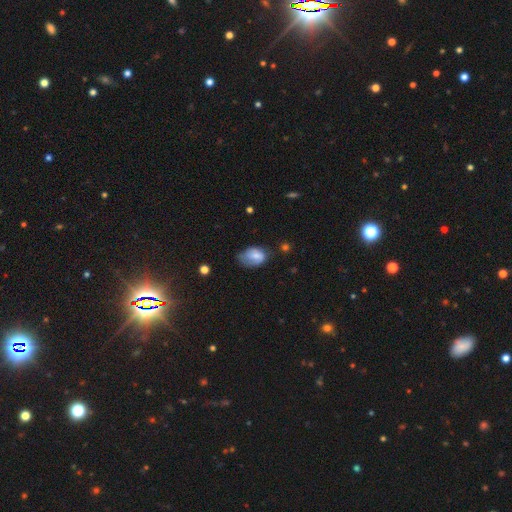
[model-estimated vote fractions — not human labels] This is likely a smooth galaxy (69%). How rounded: clearly in between (82%). Merging: marginally minor disturbance (41%).